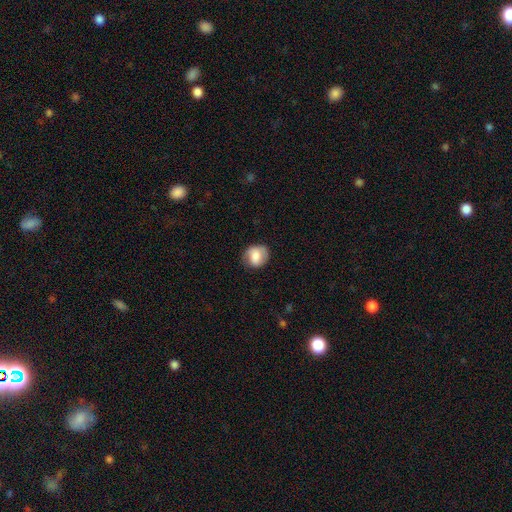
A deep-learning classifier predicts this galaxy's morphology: smooth-or-featured: smooth: 70% | featured or disk: 22% | star or artifact: 8%
  how-rounded: round: 67% | in between: 32% | cigar-shaped: 1%
  merging: none: 70% | minor disturbance: 21% | major disturbance: 8% | merger: 1%